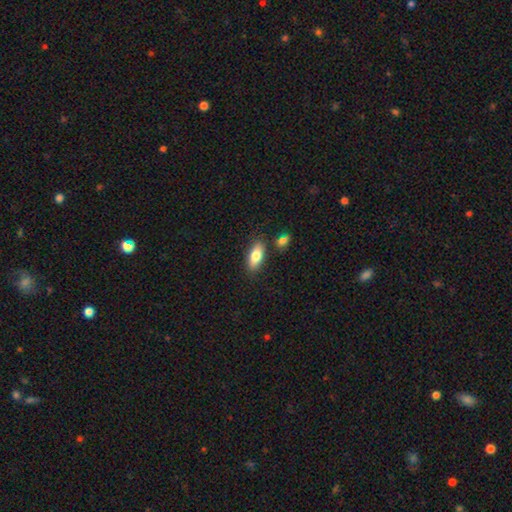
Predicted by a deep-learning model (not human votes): Smooth or featured? Predicted: smooth (p=0.78). How rounded? Predicted: in between (p=0.79). Merging? Predicted: none (p=0.81).